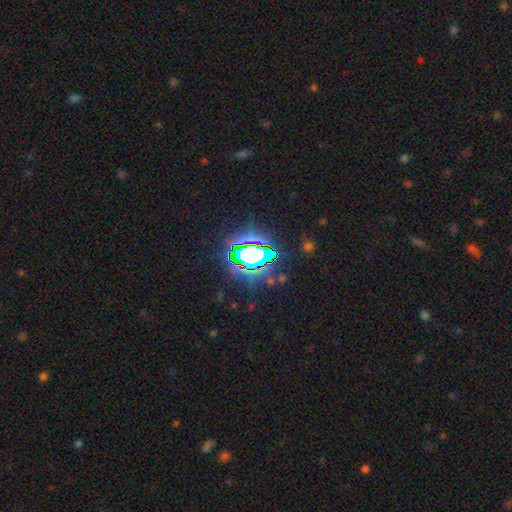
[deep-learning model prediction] Smooth or featured: star or artifact — 79% (smooth — 12%)